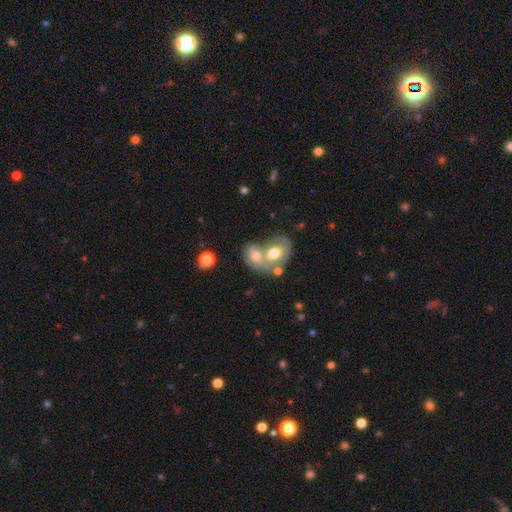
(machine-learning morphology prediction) A smooth galaxy with no disk features (61%) that is in between round and cigar-shaped (76%).

Vote fractions:
- Smooth or featured? smooth: 61% / featured or disk: 30% / star or artifact: 8%
- How rounded? in between: 76% / round: 22% / cigar-shaped: 2%
- Merging? merger: 67% / none: 19% / minor disturbance: 9% / major disturbance: 6%